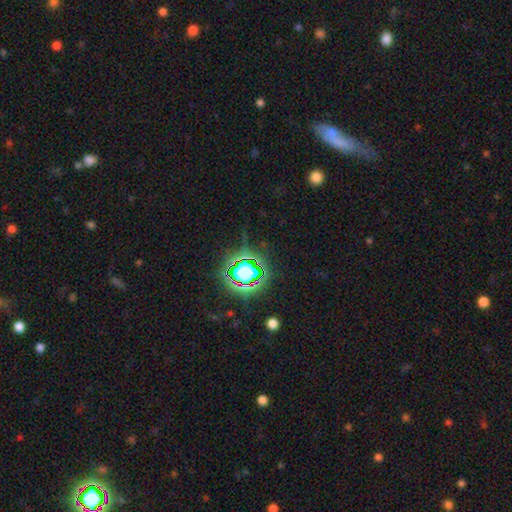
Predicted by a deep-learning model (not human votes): This appears to be a star or artifact, not a galaxy (77%).